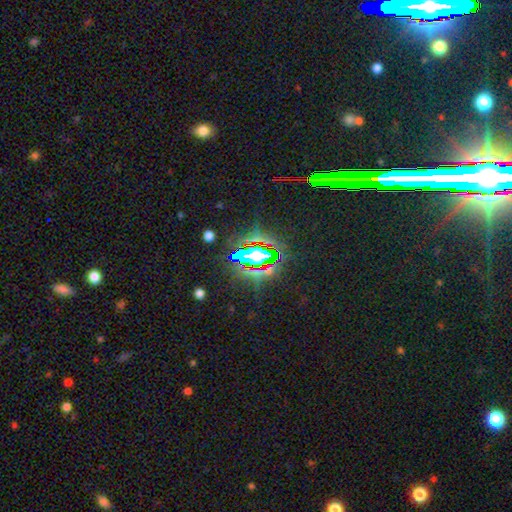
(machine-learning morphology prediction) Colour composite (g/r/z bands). It shows a star or artifact, not a galaxy (76%).